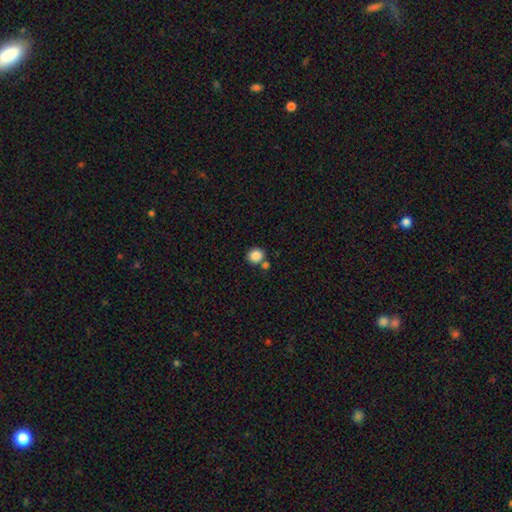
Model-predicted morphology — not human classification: smooth 87%, star or artifact 9%, featured or disk 4%. Down the decision tree: how rounded — round (77%); merging — none (68%).